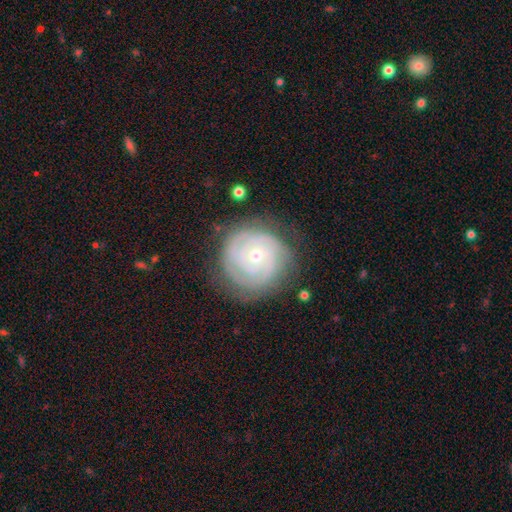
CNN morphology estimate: This is clearly a featured or disk galaxy (85%). It is clearly not viewed edge-on (98%). Bar: clearly no (80%). Spiral arm pattern: clearly yes (96%). Spiral arm count: marginally 3 (30%). Spiral winding: clearly tight (84%). Central bulge: likely small (65%). Merging: likely none (78%).